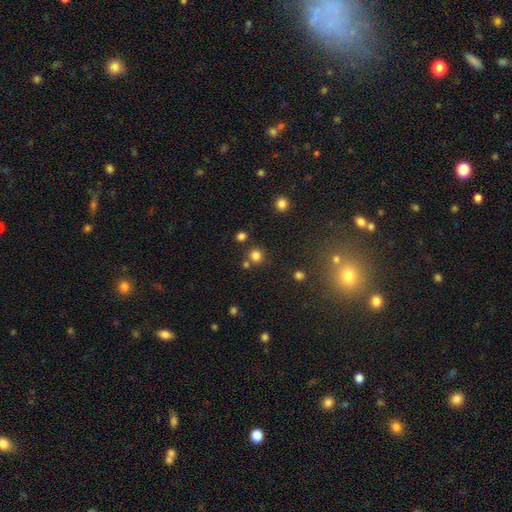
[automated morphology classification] Smooth or featured: smooth — 78% (star or artifact — 16%)
How rounded: round — 91% (in between — 8%)
Merging: none — 75% (merger — 14%)